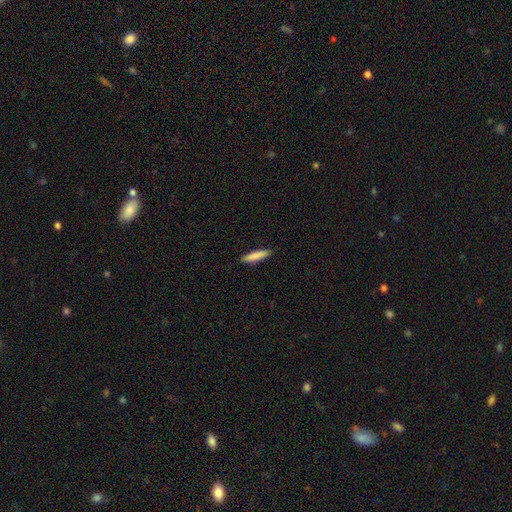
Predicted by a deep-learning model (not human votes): Q: Smooth or featured?
A: smooth (86%); runner-up: featured or disk (8%)
Q: How rounded?
A: cigar-shaped (86%); runner-up: in between (13%)
Q: Merging?
A: none (90%); runner-up: minor disturbance (7%)